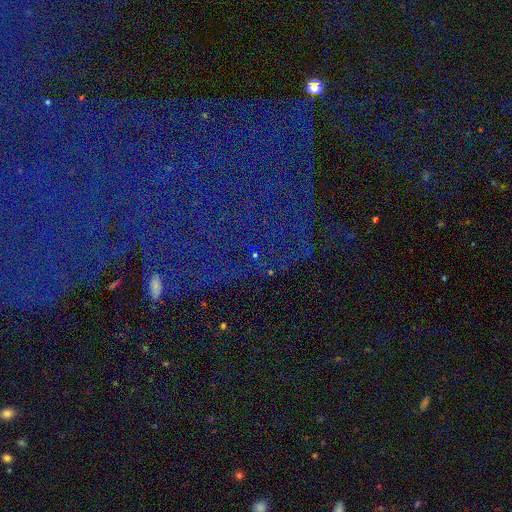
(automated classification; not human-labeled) The model was most divided on "smooth or featured": star or artifact: 80%, smooth: 11%, featured or disk: 9%.